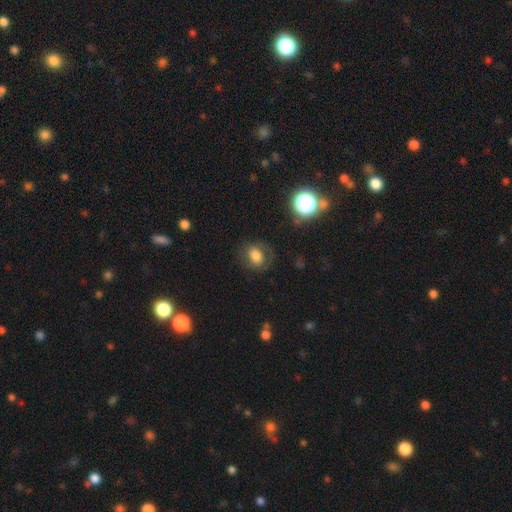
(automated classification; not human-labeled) This appears to be a smooth galaxy with no disk features (67%) that is in between round and cigar-shaped (57%). Merging: none (72%).